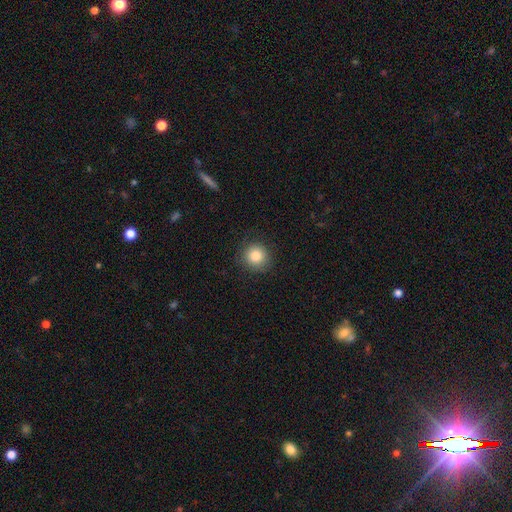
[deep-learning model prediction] The model was most divided on "smooth or featured": smooth: 84%, star or artifact: 10%, featured or disk: 6%. More confident: how rounded — round (91%); merging — none (87%).